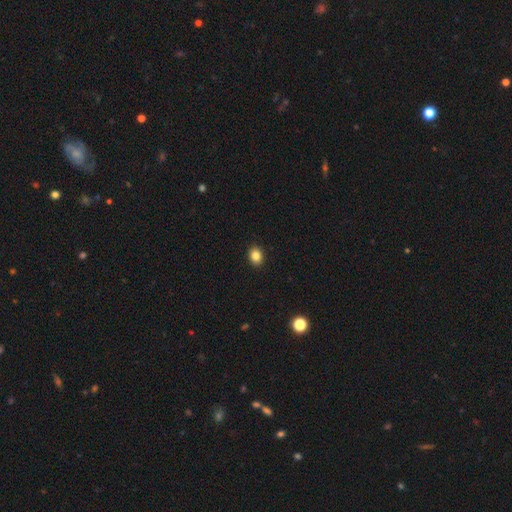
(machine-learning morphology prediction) Smooth or featured? Predicted: smooth (p=0.85). How rounded? Predicted: in between (p=0.52). Merging? Predicted: none (p=0.91).